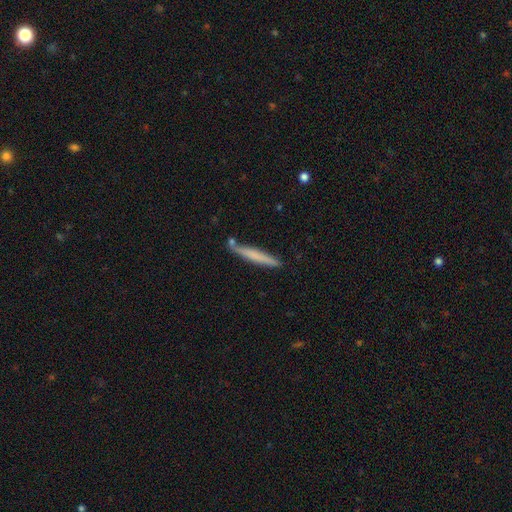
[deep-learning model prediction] Smooth or featured: smooth — 64% (featured or disk — 30%)
How rounded: cigar-shaped — 95% (in between — 4%)
Merging: none — 77% (minor disturbance — 14%)